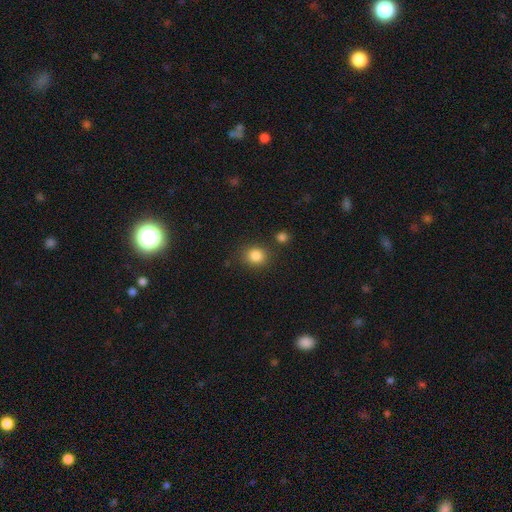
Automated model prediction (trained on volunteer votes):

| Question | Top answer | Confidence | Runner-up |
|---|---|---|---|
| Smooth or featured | smooth | 85% | star or artifact (10%) |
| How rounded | round | 76% | in between (23%) |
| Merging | none | 81% | minor disturbance (10%) |